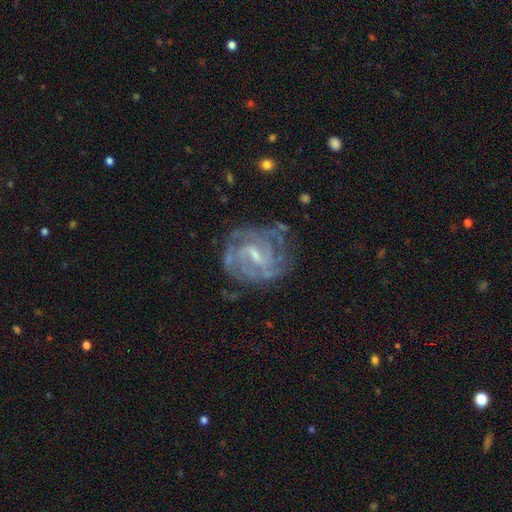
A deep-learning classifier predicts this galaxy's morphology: smooth_or_featured: featured or disk (p=0.88) [alt: smooth p=0.06]
disk_edge_on: no (p=0.98) [alt: yes p=0.02]
bar: weak (p=0.58) [alt: strong p=0.27]
has_spiral_arms: yes (p=0.96) [alt: no p=0.04]
spiral_winding: tight (p=0.60) [alt: medium p=0.33]
spiral_arm_count: can't tell (p=0.28) [alt: 2 p=0.24]
bulge_size: small (p=0.57) [alt: moderate p=0.32]
merging: none (p=0.70) [alt: minor disturbance p=0.19]